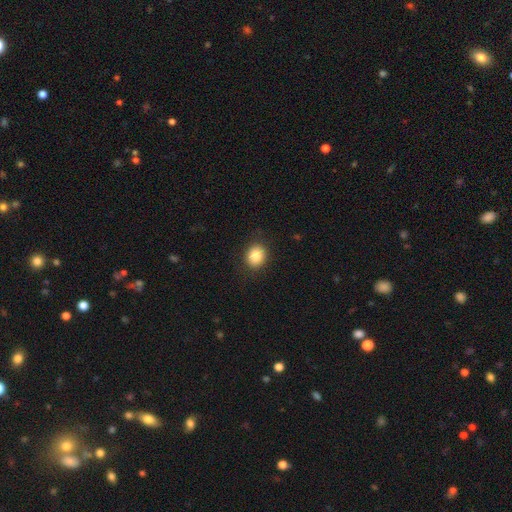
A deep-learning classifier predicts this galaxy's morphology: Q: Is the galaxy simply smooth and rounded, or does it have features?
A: smooth — 85%.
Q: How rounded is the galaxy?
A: round — 66%.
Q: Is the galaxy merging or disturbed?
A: none — 88%.